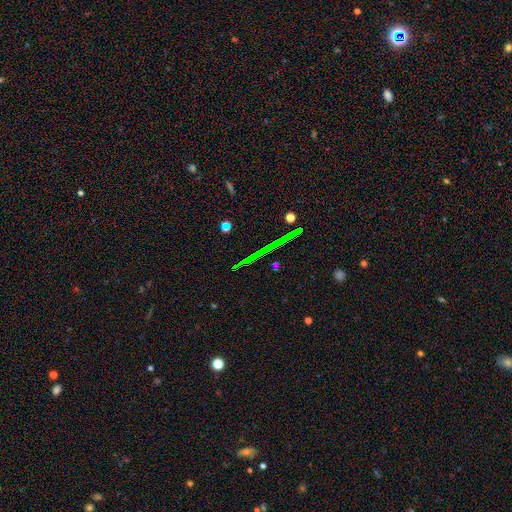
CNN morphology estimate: Smooth or featured? star or artifact (68%)